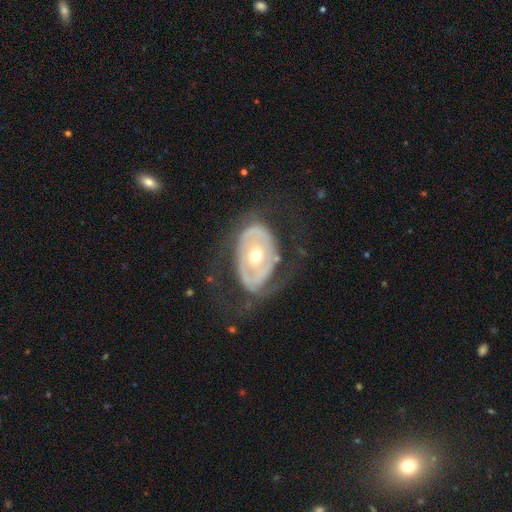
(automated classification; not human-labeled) This is likely a featured or disk galaxy (75%). It is clearly not viewed edge-on (94%). Bar: likely no (67%). Spiral arm pattern: possibly no (54%). Central bulge: likely moderate (66%). Merging: possibly none (59%).